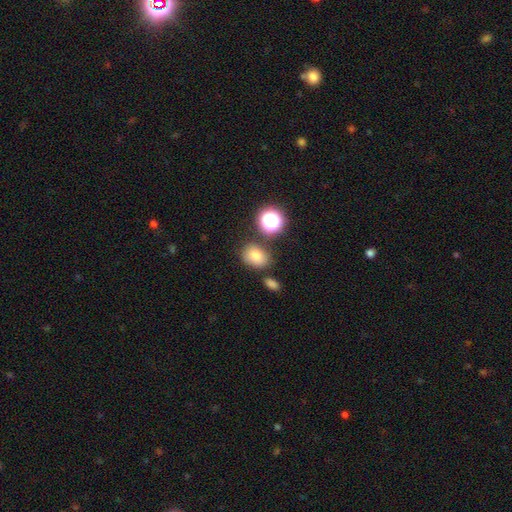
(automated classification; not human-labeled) Q: Smooth or featured?
A: smooth (76%); runner-up: star or artifact (15%)
Q: How rounded?
A: in between (59%); runner-up: round (40%)
Q: Merging?
A: none (74%); runner-up: minor disturbance (14%)